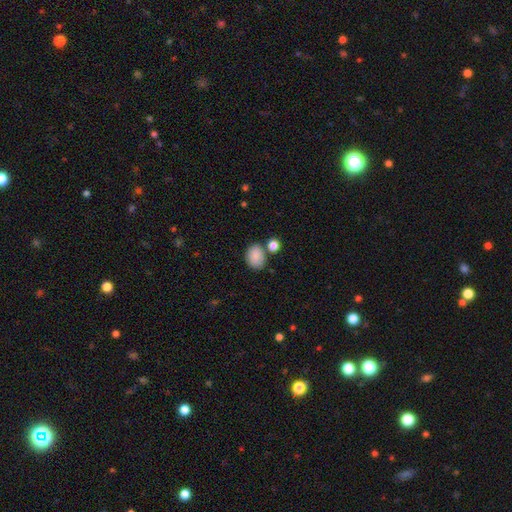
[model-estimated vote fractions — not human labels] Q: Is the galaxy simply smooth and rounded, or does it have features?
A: smooth — 86%.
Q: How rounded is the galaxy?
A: in between — 64%.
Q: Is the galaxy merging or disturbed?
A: none — 69%.